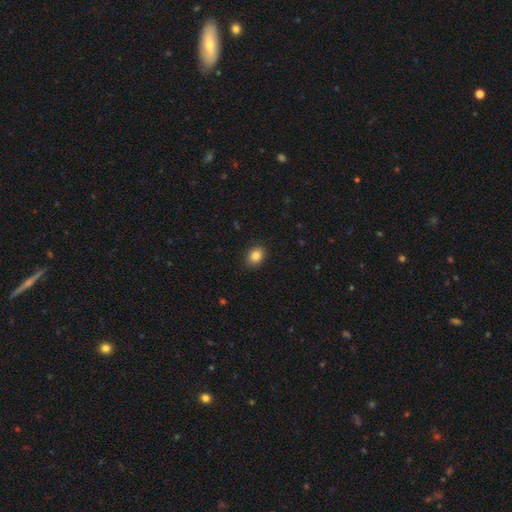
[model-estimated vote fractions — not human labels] smooth 85%, star or artifact 10%, featured or disk 5%. Down the decision tree: how rounded — in between (57%); merging — none (89%).